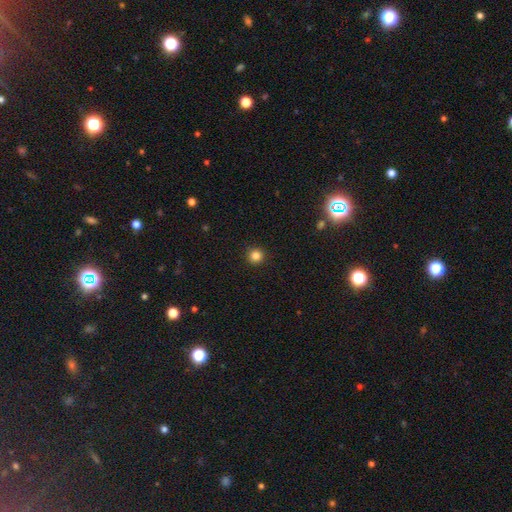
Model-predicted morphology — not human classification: The model was most divided on "smooth or featured": smooth: 84%, star or artifact: 12%, featured or disk: 4%. More confident: how rounded — round (95%); merging — none (93%).